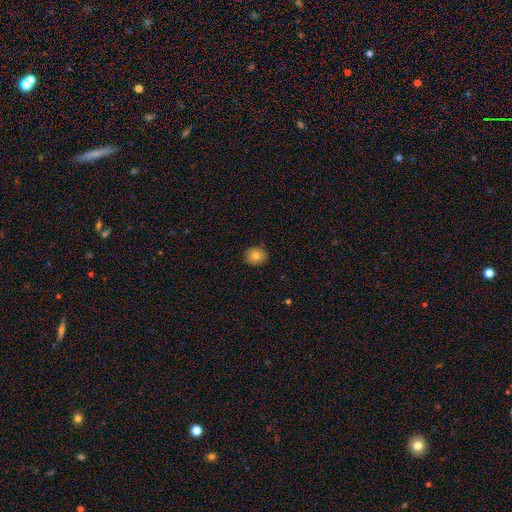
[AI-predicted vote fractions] A smooth galaxy with no disk features (79%) that is round (74%). Merging: none (88%).